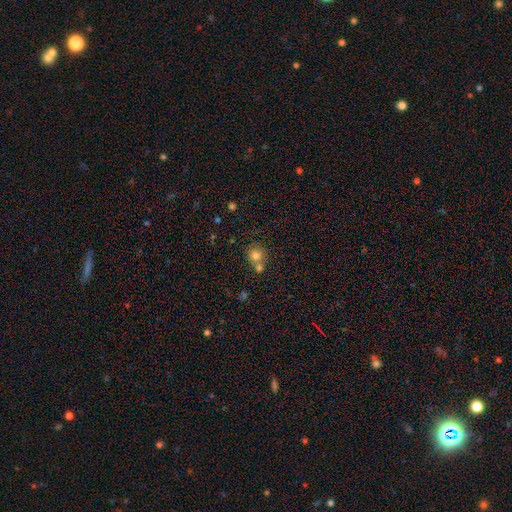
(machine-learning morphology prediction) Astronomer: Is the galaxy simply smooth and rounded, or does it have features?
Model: smooth — 78%.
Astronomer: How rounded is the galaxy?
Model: round — 88%.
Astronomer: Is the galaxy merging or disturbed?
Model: none — 51% (runner-up: merger, 37%).